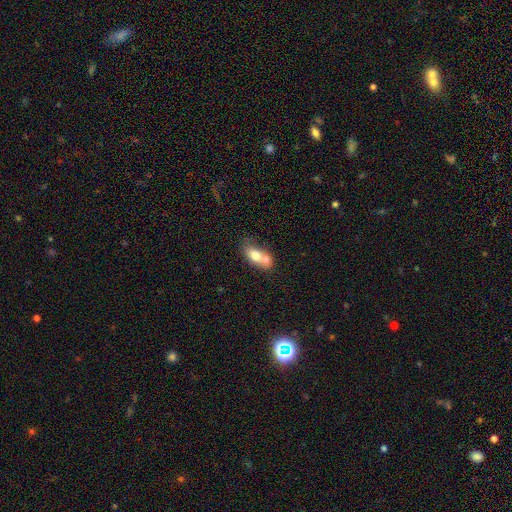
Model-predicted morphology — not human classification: smooth 69%, featured or disk 23%, star or artifact 7%. Down the decision tree: how rounded — in between (78%); merging — merger (65%).